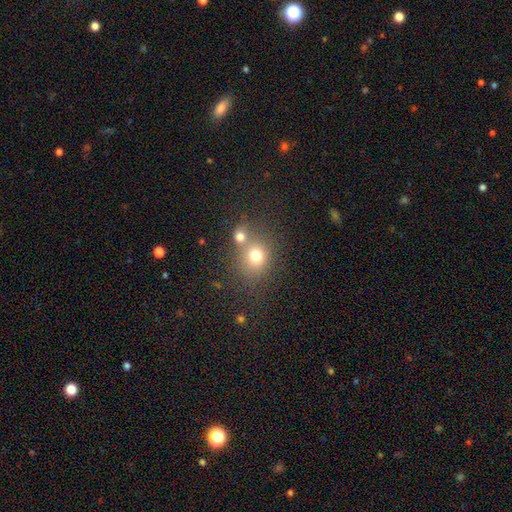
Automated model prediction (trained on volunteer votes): A smooth galaxy with no disk features (74%) that is round (76%).

Vote fractions:
- Smooth or featured? smooth: 74% / star or artifact: 15% / featured or disk: 11%
- How rounded? round: 76% / in between: 24% / cigar-shaped: 1%
- Merging? none: 49% / merger: 38% / minor disturbance: 9% / major disturbance: 4%